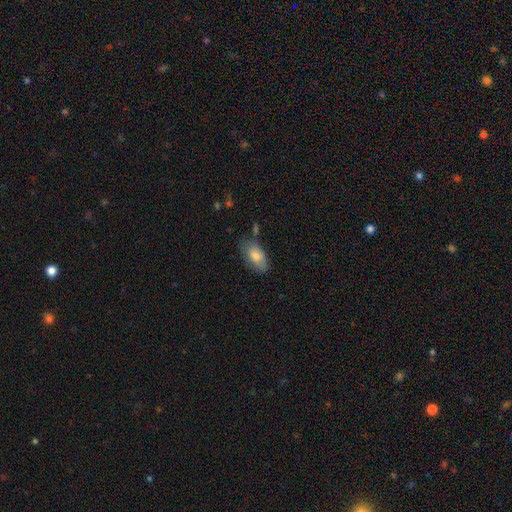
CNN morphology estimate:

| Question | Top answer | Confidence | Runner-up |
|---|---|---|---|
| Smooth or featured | smooth | 79% | featured or disk (15%) |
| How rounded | in between | 92% | cigar-shaped (5%) |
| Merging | none | 70% | minor disturbance (21%) |